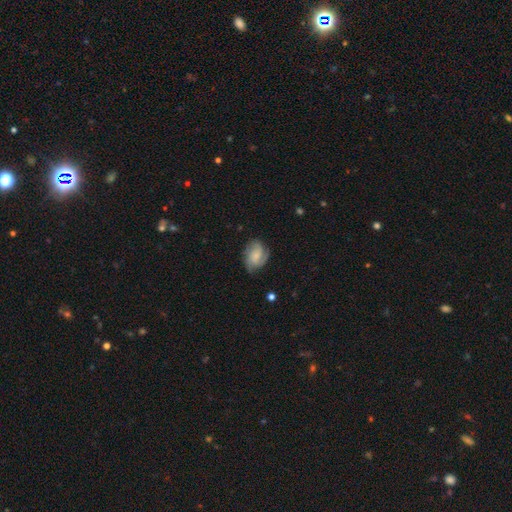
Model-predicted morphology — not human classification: This is possibly a featured or disk galaxy (59%). It is clearly not viewed edge-on (97%). Bar: likely no (66%). Spiral arm pattern: clearly yes (93%). Spiral arm count: marginally 3 (35%). Spiral winding: marginally medium (43%). Central bulge: marginally small (40%). Merging: likely none (68%).